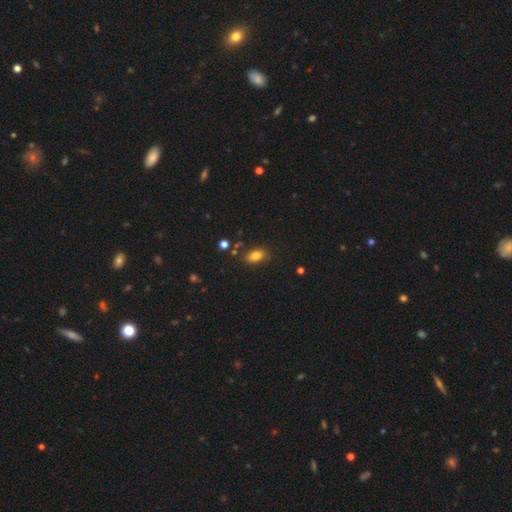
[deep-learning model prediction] Smooth or featured? Predicted: smooth (p=0.81). How rounded? Predicted: in between (p=0.84). Merging? Predicted: none (p=0.79).